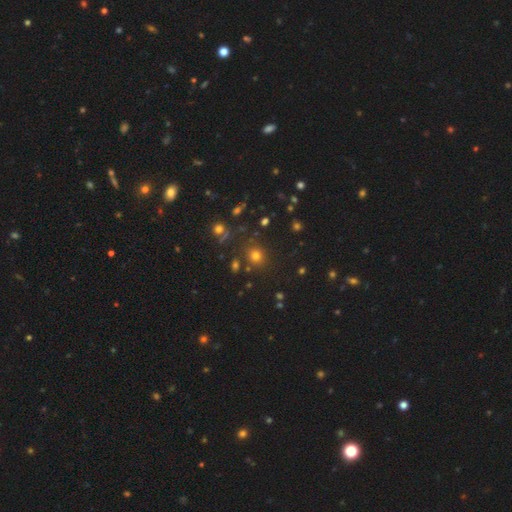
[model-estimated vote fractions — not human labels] Morphology: type=smooth (69%); roundness=round (84%); merging=none (82%).